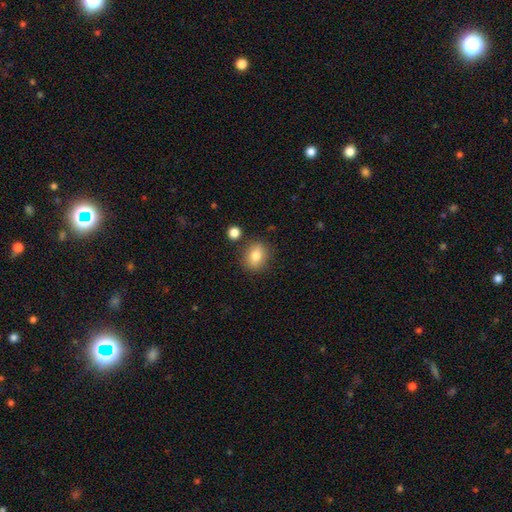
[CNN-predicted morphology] smooth 80%, featured or disk 10%, star or artifact 10%. Down the decision tree: how rounded — round (59%); merging — none (84%).